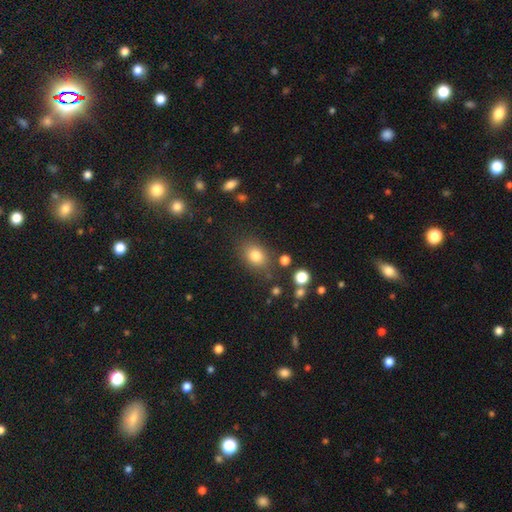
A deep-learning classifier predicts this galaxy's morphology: Smooth or featured: smooth — 81% (star or artifact — 11%)
How rounded: in between — 64% (round — 34%)
Merging: none — 76% (minor disturbance — 14%)